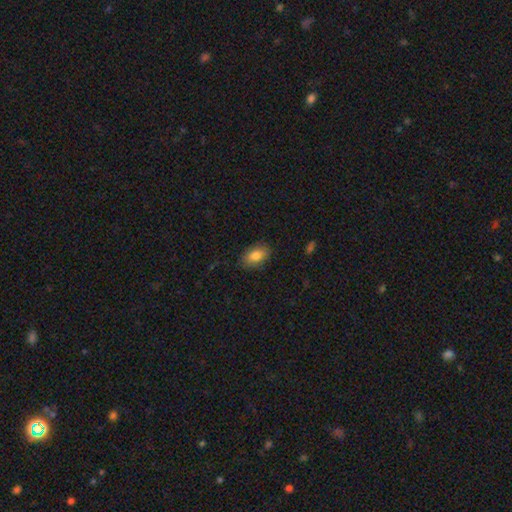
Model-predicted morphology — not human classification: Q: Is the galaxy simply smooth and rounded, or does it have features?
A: smooth — 82%.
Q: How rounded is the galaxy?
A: in between — 89%.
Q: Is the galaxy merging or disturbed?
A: none — 84%.